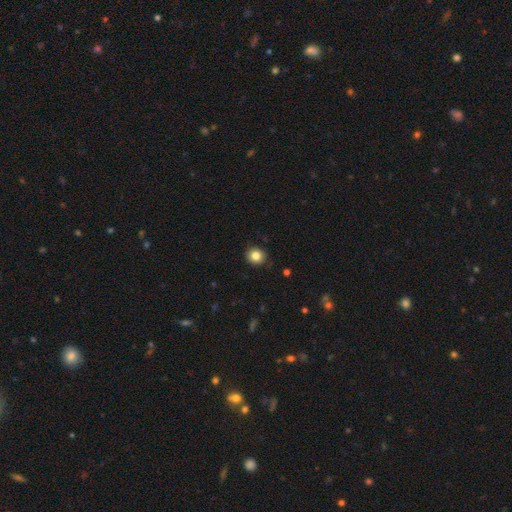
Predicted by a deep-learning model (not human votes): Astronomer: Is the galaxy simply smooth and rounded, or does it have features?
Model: smooth — 83%.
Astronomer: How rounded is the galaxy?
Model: round — 83%.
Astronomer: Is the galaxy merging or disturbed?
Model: none — 88%.